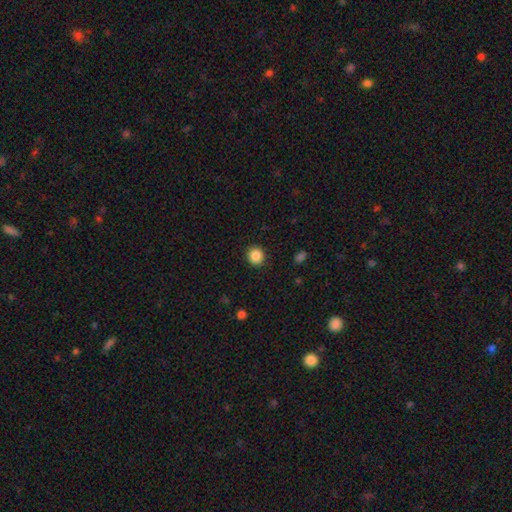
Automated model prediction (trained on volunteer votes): Smooth or featured?
  - smooth: 86% *
  - star or artifact: 10%
  - featured or disk: 4%
How rounded?
  - round: 89% *
  - in between: 10%
  - cigar-shaped: 1%
Merging?
  - none: 91% *
  - minor disturbance: 6%
  - major disturbance: 2%
  - merger: 1%